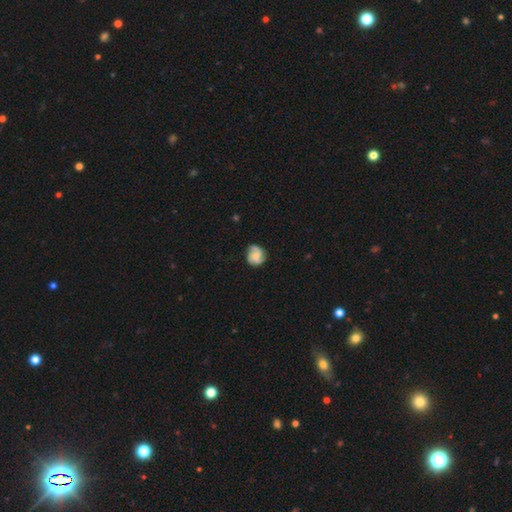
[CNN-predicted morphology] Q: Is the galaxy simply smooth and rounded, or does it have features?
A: featured or disk — 57%.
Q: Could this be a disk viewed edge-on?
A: no — 98%.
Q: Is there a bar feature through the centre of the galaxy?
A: no — 64%.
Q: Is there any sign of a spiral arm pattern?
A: yes — 91%.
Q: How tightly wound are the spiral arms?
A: medium — 46%.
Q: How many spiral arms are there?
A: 3 — 40%.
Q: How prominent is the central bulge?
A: small — 41%.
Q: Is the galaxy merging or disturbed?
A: none — 74%.